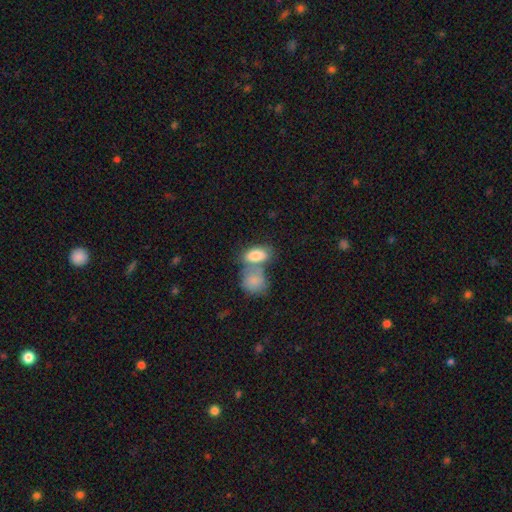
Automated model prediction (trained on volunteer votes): smooth-or-featured: smooth: 84% | featured or disk: 10% | star or artifact: 7%
  how-rounded: in between: 89% | round: 8% | cigar-shaped: 3%
  merging: merger: 54% | none: 29% | minor disturbance: 11% | major disturbance: 6%